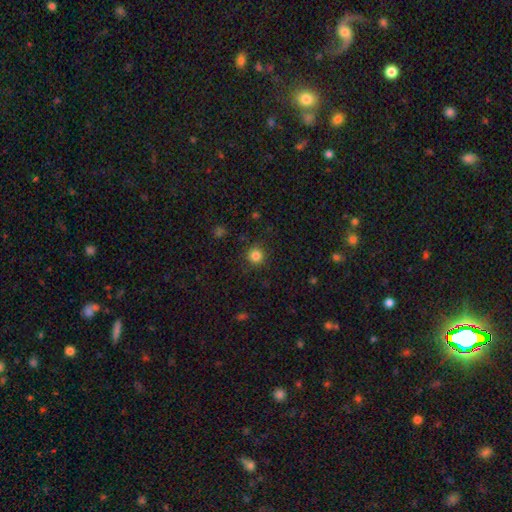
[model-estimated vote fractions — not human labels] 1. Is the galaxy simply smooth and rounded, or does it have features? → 84% smooth, 12% star or artifact, 4% featured or disk.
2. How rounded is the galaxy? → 95% round, 5% in between, 1% cigar-shaped.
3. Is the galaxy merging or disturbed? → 89% none, 7% minor disturbance, 3% major disturbance, 1% merger.